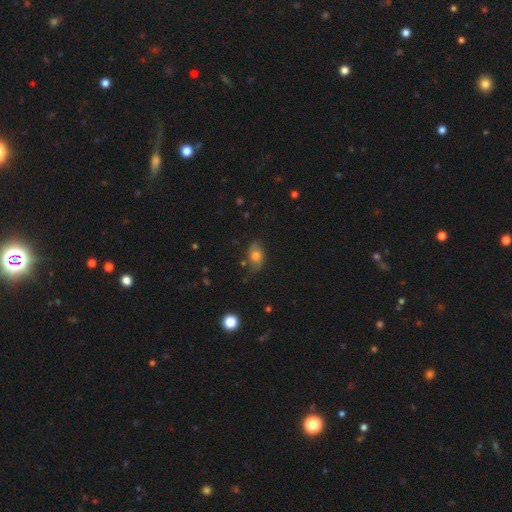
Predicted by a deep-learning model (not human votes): Morphology: type=smooth (70%); roundness=in between (83%); merging=none (70%).